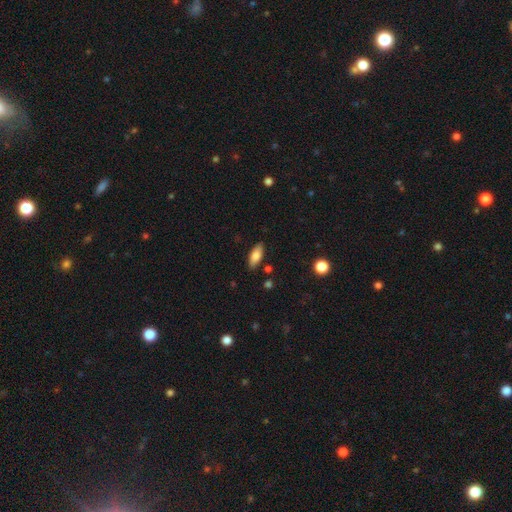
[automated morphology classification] Smooth or featured? smooth (78%)
How rounded? in between (80%)
Merging? none (86%)